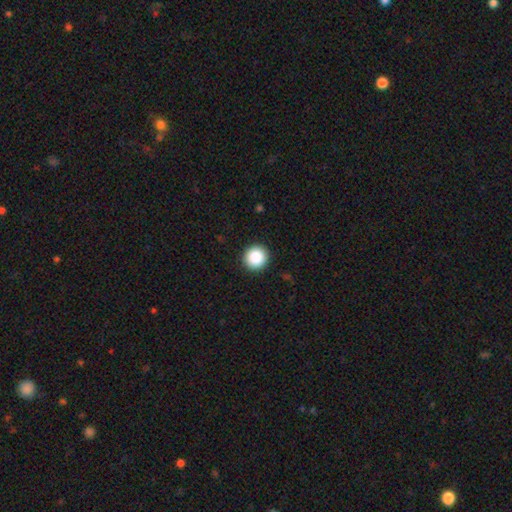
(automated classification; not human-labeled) Smooth or featured? smooth (88%)
How rounded? round (95%)
Merging? none (93%)